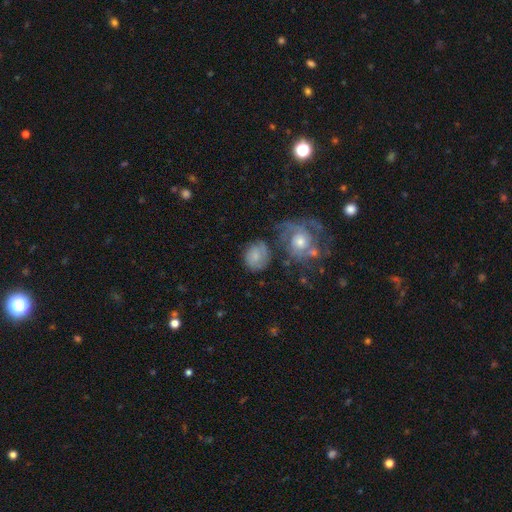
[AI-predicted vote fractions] A smooth galaxy with no disk features (54%) that is round (66%). Merging: none (55%).